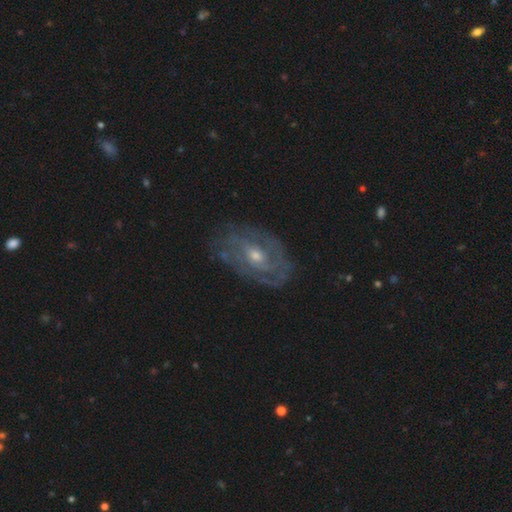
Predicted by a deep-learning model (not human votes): Q: Smooth or featured?
A: featured or disk (82%); runner-up: smooth (12%)
Q: Edge-on disk?
A: no (95%); runner-up: yes (5%)
Q: Bar?
A: no (59%); runner-up: weak (34%)
Q: Spiral arms?
A: yes (85%); runner-up: no (15%)
Q: Spiral winding?
A: tight (59%); runner-up: medium (31%)
Q: Spiral arm count?
A: can't tell (42%); runner-up: 2 (28%)
Q: Bulge size?
A: moderate (49%); runner-up: small (47%)
Q: Merging?
A: none (72%); runner-up: minor disturbance (19%)